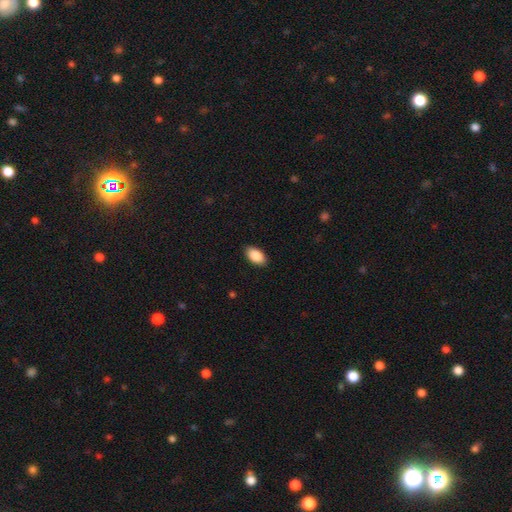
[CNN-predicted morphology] type=smooth (89%); roundness=in between (94%); merging=none (89%).